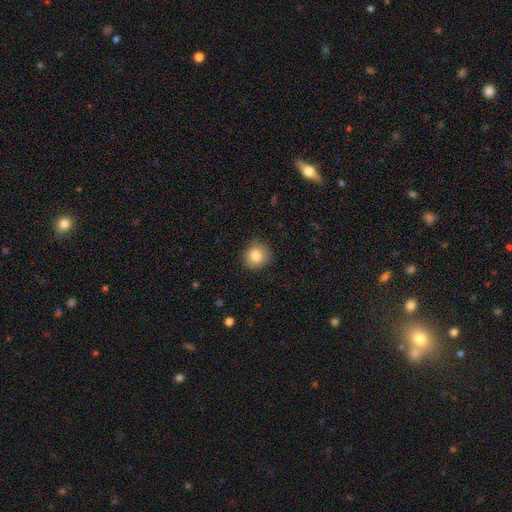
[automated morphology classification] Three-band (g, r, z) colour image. It shows a smooth galaxy with no disk features (83%) that is round (85%). Merging: none (84%).